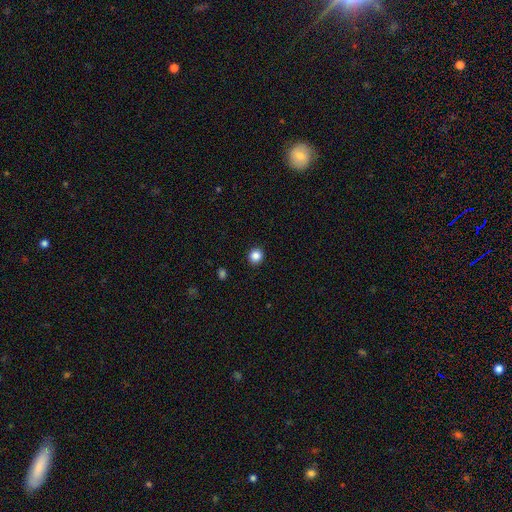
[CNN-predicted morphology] smooth-or-featured: smooth: 86% | star or artifact: 11% | featured or disk: 4%
  how-rounded: round: 90% | in between: 9% | cigar-shaped: 1%
  merging: none: 92% | minor disturbance: 5% | major disturbance: 2% | merger: 1%